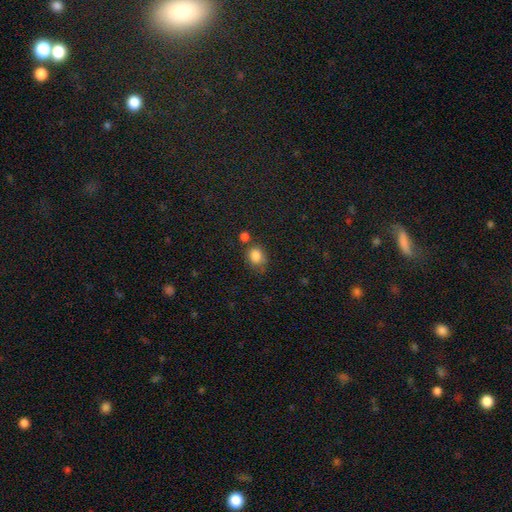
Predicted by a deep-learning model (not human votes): Morphology: type=smooth (84%); roundness=round (62%); merging=none (55%).